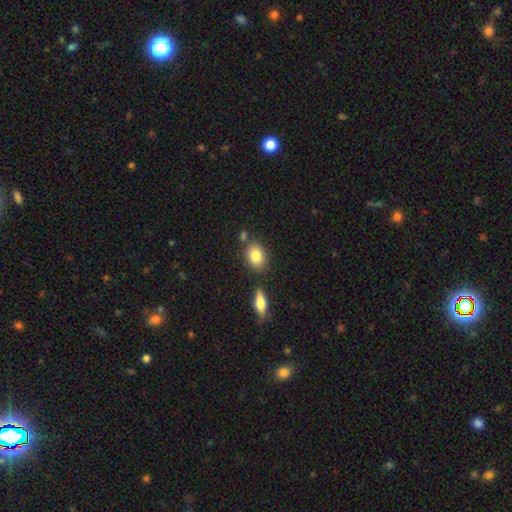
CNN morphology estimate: smooth 83%, featured or disk 9%, star or artifact 8%. Down the decision tree: how rounded — in between (70%); merging — none (72%).